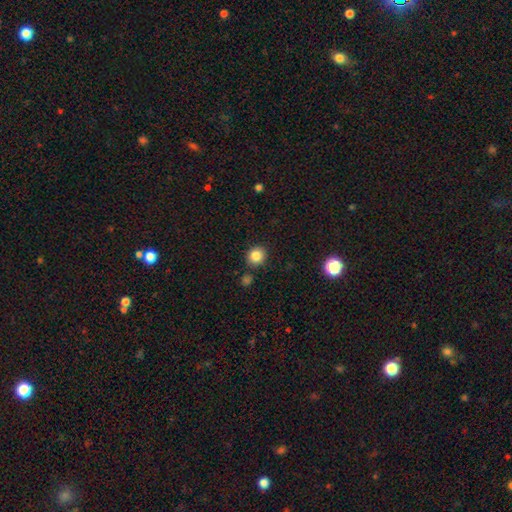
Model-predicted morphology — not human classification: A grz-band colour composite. It shows a smooth galaxy with no disk features (85%) that is round (82%). Merging: none (84%).